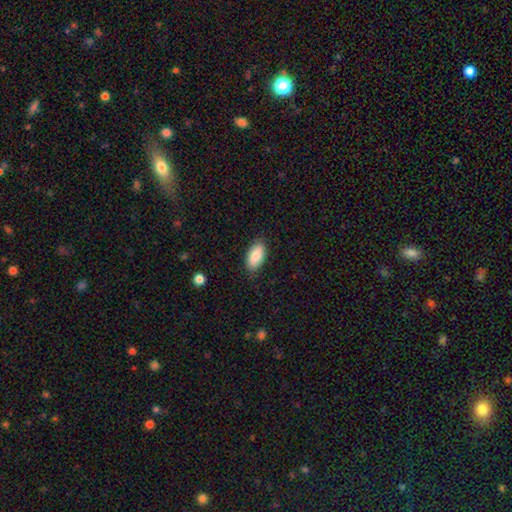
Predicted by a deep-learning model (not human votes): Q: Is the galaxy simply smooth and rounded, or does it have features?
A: smooth — 85%.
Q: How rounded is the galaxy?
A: in between — 94%.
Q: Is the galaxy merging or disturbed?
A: none — 86%.